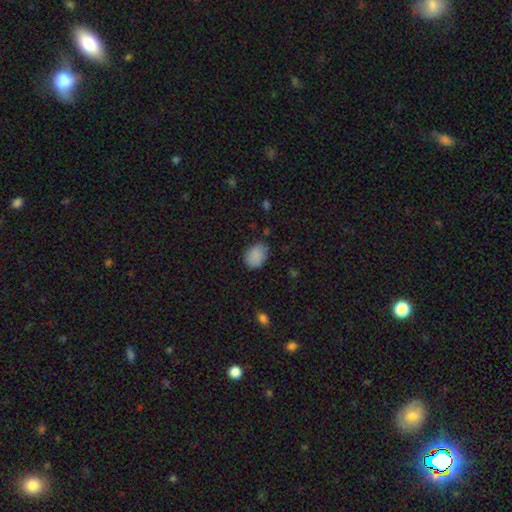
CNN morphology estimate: Smooth or featured? Predicted: smooth (p=0.87). How rounded? Predicted: in between (p=0.65). Merging? Predicted: none (p=0.73).